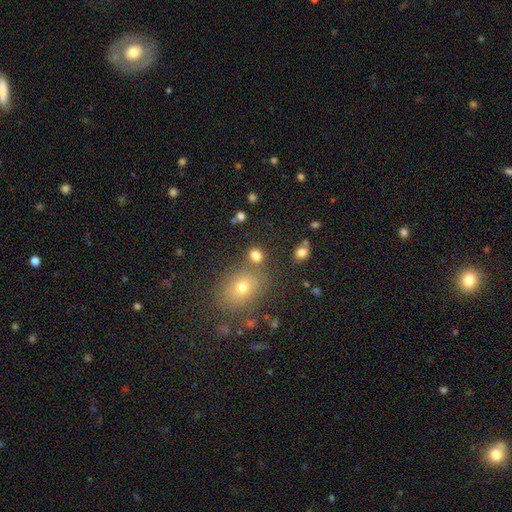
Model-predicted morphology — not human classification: Smooth or featured? smooth (77%)
How rounded? round (67%)
Merging? none (70%)